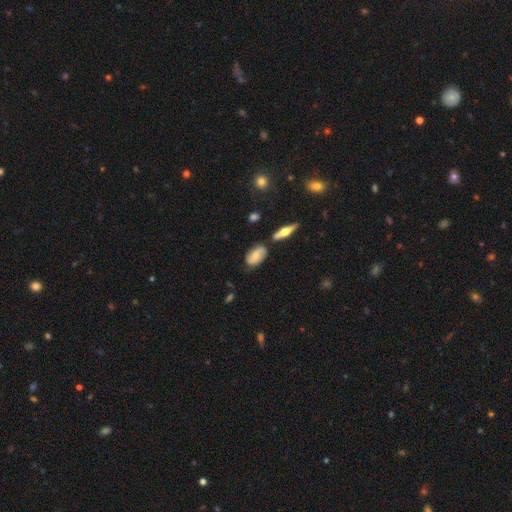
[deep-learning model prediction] smooth 55%, featured or disk 37%, star or artifact 8%. Down the decision tree: how rounded — in between (89%); merging — none (71%).